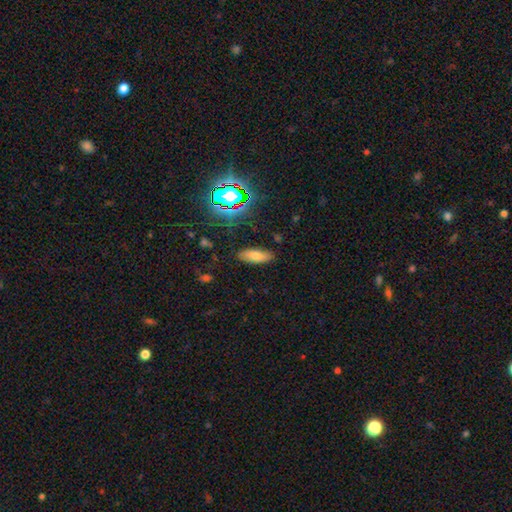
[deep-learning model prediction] Smooth or featured: smooth — 62% (star or artifact — 22%)
How rounded: in between — 68% (cigar-shaped — 29%)
Merging: none — 85% (minor disturbance — 11%)